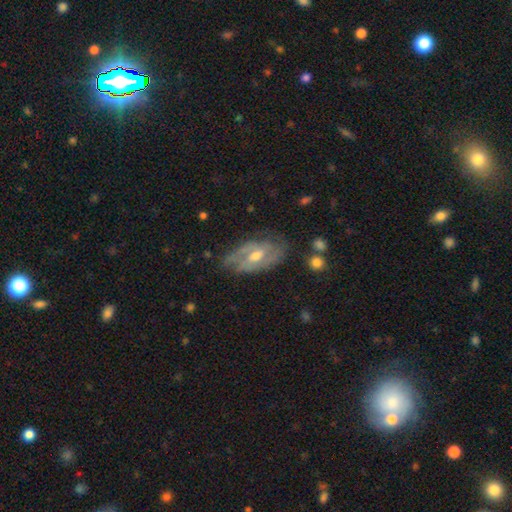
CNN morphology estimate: featured or disk 79%, smooth 14%, star or artifact 7%. Down the decision tree: edge-on disk — no (93%); bar — weak (50%); spiral arms — yes (88%); spiral arm count — 2 (58%); spiral winding — tight (46%); bulge size — moderate (69%); merging — none (71%).